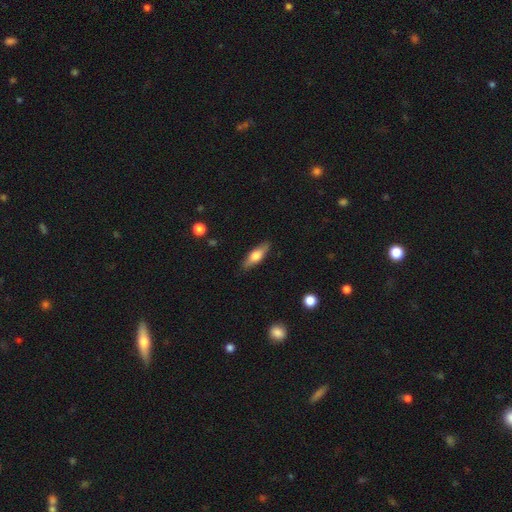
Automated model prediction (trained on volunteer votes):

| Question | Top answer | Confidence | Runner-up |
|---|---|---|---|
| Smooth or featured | smooth | 58% | featured or disk (36%) |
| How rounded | in between | 52% | cigar-shaped (45%) |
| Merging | none | 87% | minor disturbance (10%) |